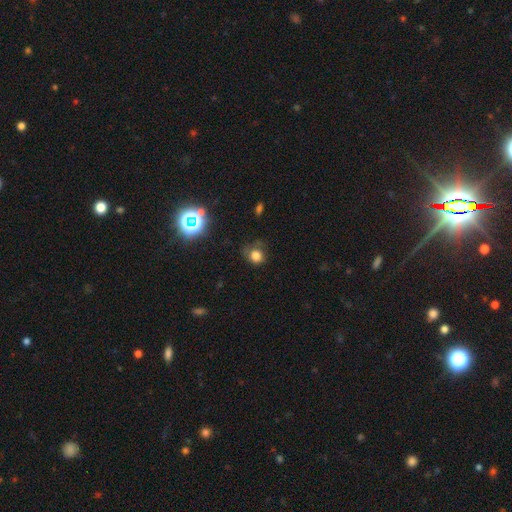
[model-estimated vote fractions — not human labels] A smooth galaxy with no disk features (74%) that is round (74%). Merging: none (52%).